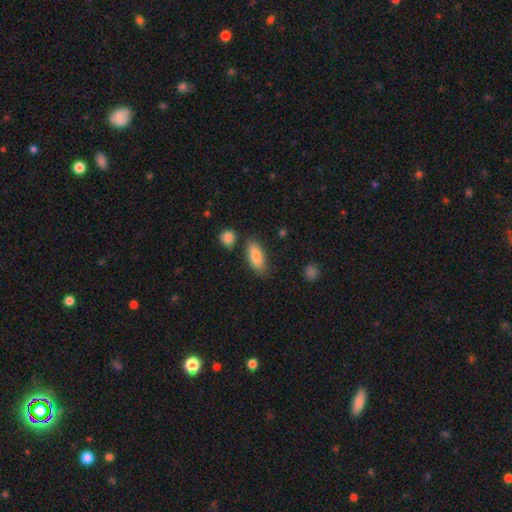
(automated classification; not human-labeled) A smooth galaxy with no disk features (84%) that is in between round and cigar-shaped (75%). Merging: none (77%).